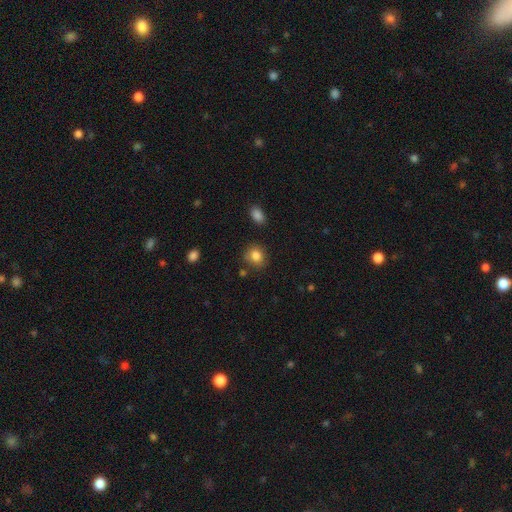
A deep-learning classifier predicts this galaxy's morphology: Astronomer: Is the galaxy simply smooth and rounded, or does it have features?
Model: smooth — 85%.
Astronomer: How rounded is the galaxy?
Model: round — 72%.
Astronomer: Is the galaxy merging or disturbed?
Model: none — 80%.